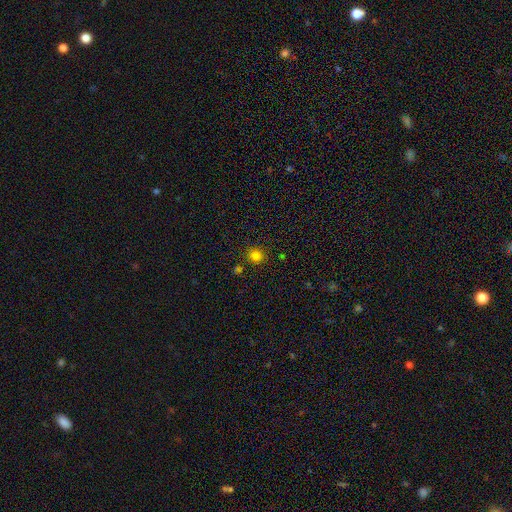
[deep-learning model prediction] Smooth or featured: smooth — 81% (star or artifact — 15%)
How rounded: round — 91% (in between — 8%)
Merging: none — 87% (minor disturbance — 7%)